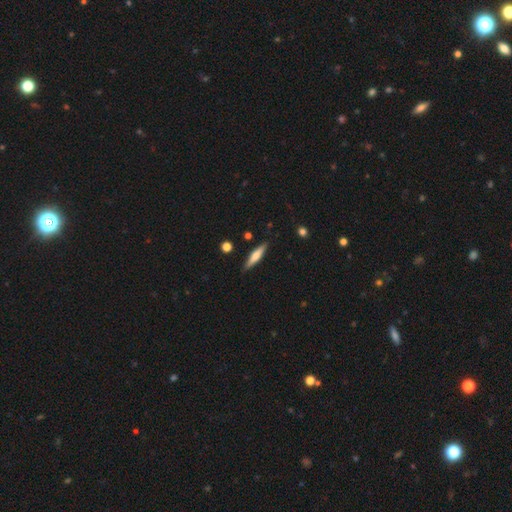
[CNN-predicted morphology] smooth_or_featured: smooth (p=0.52) [alt: featured or disk p=0.42]
how_rounded: cigar-shaped (p=0.83) [alt: in between p=0.16]
merging: none (p=0.87) [alt: minor disturbance p=0.09]